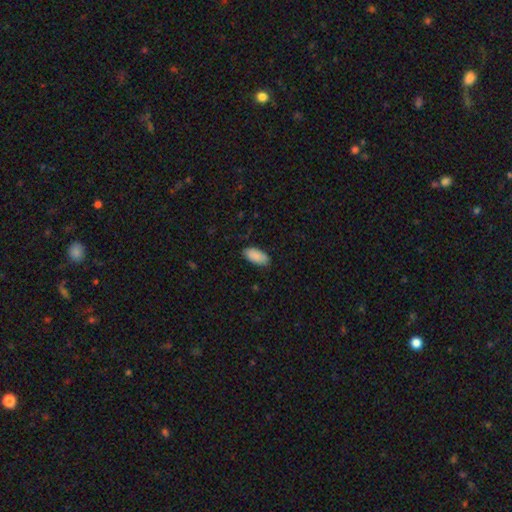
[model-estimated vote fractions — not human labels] smooth_or_featured: smooth (p=0.89) [alt: star or artifact p=0.06]
how_rounded: in between (p=0.93) [alt: cigar-shaped p=0.05]
merging: none (p=0.85) [alt: minor disturbance p=0.12]